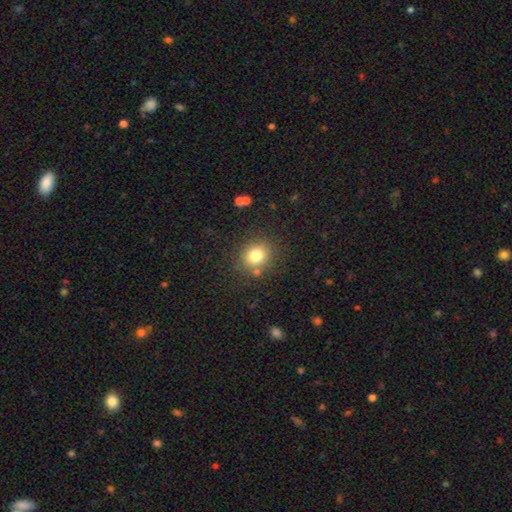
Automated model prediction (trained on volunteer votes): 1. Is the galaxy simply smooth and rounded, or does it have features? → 79% smooth, 13% star or artifact, 9% featured or disk.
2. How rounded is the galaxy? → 78% round, 21% in between, 1% cigar-shaped.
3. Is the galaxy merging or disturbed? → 80% none, 10% minor disturbance, 5% merger, 4% major disturbance.